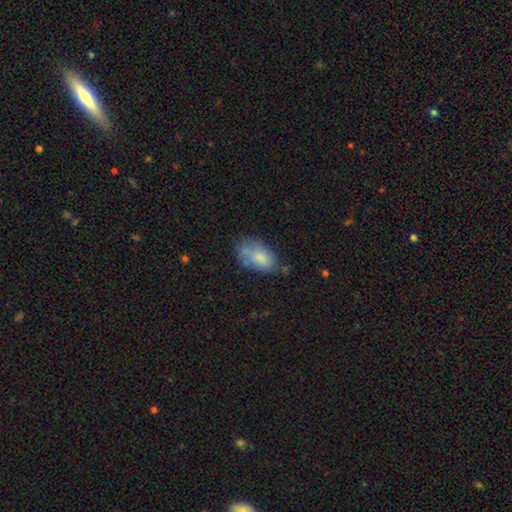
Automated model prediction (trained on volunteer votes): Q: Smooth or featured?
A: smooth (75%); runner-up: featured or disk (17%)
Q: How rounded?
A: in between (93%); runner-up: round (5%)
Q: Merging?
A: none (53%); runner-up: minor disturbance (31%)